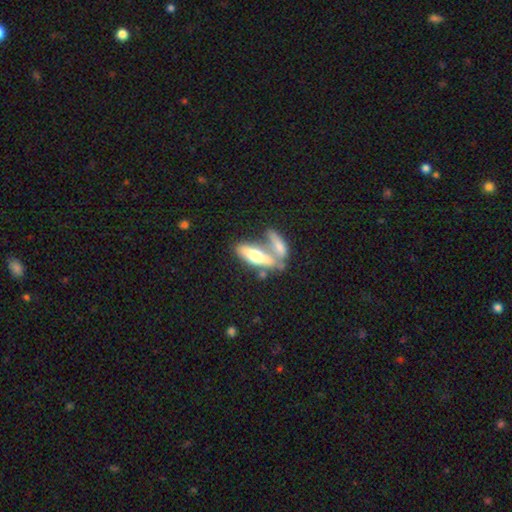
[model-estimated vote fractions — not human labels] This is possibly a smooth galaxy (54%). How rounded: possibly in between (49%). Merging: possibly merger (55%).